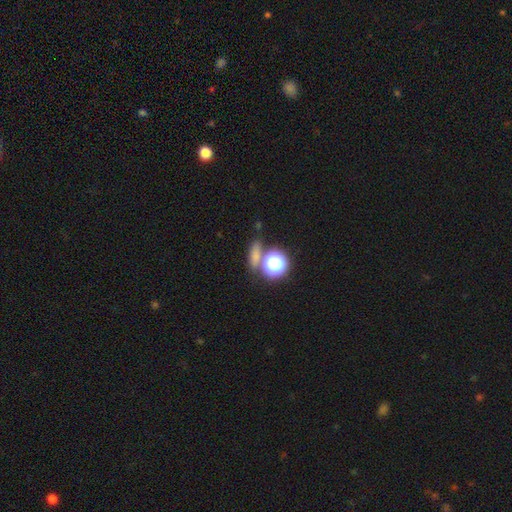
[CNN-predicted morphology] smooth-or-featured: smooth: 62% | star or artifact: 27% | featured or disk: 11%
  how-rounded: round: 45% | in between: 33% | cigar-shaped: 22%
  merging: none: 68% | merger: 16% | minor disturbance: 11% | major disturbance: 5%